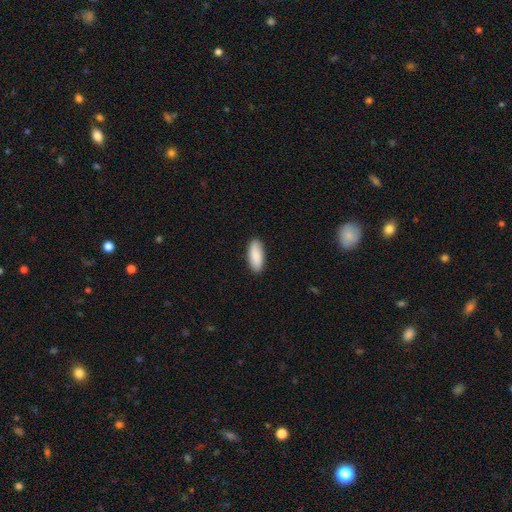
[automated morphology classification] Smooth or featured?
  - smooth: 89% *
  - featured or disk: 5%
  - star or artifact: 5%
How rounded?
  - in between: 77% *
  - cigar-shaped: 21%
  - round: 2%
Merging?
  - none: 90% *
  - minor disturbance: 7%
  - major disturbance: 2%
  - merger: 1%